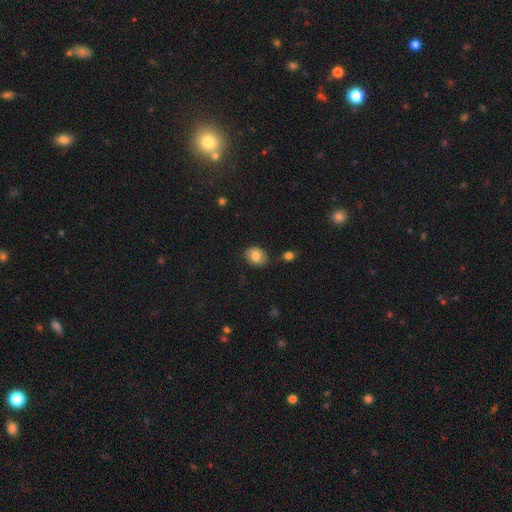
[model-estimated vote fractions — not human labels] smooth_or_featured: smooth (p=0.79) [alt: featured or disk p=0.12]
how_rounded: round (p=0.51) [alt: in between p=0.48]
merging: none (p=0.80) [alt: minor disturbance p=0.14]